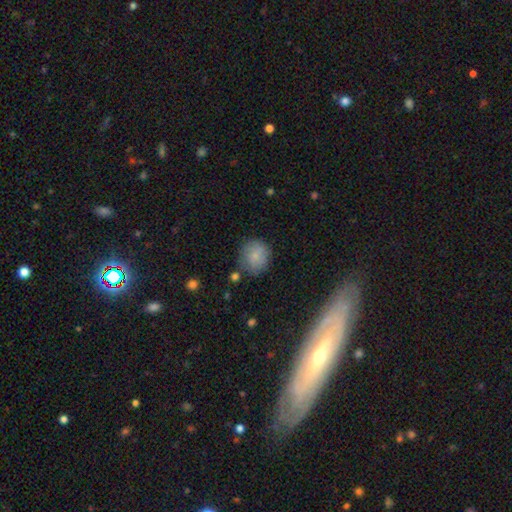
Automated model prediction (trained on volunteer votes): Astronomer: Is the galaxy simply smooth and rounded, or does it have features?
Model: smooth — 80%.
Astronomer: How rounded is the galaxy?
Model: round — 78%.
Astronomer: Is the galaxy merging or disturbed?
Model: none — 72%.